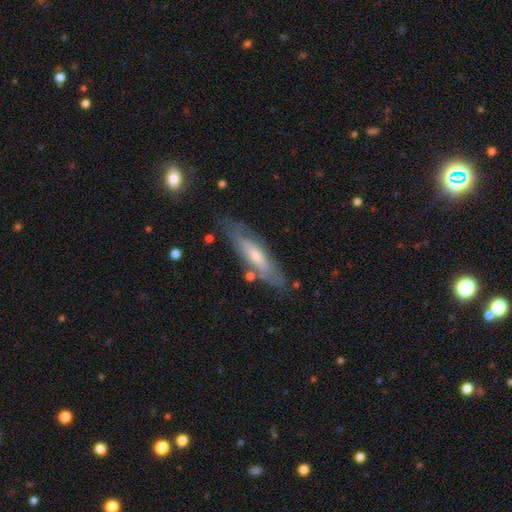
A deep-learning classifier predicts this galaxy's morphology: Smooth or featured: featured or disk — 54% (smooth — 40%)
Edge-on disk: yes — 54% (no — 46%)
Merging: none — 74% (minor disturbance — 18%)